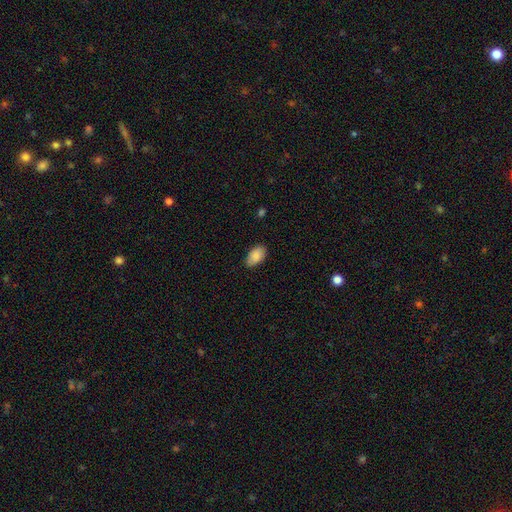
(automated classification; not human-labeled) Morphology: type=smooth (88%); roundness=in between (94%); merging=none (81%).